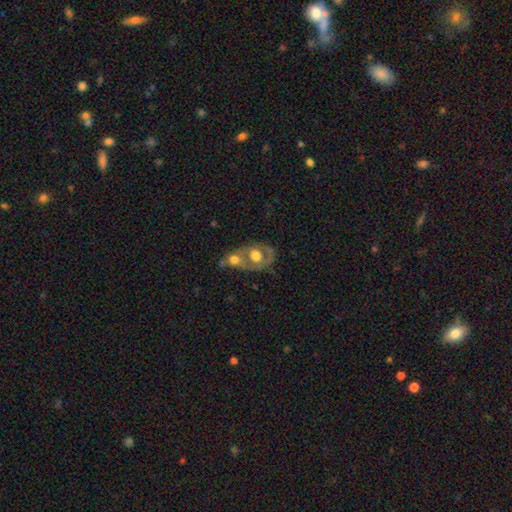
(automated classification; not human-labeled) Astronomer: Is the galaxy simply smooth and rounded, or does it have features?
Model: featured or disk — 50% (runner-up: smooth, 42%).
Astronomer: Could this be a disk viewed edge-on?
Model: no — 95%.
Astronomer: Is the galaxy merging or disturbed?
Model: merger — 59%.